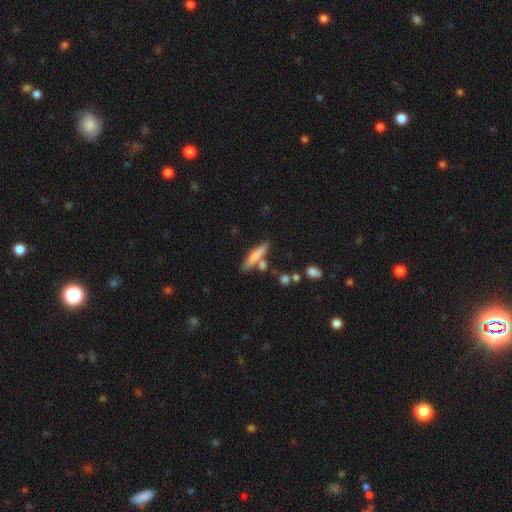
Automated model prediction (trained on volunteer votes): Smooth or featured? smooth (72%)
How rounded? cigar-shaped (83%)
Merging? none (69%)